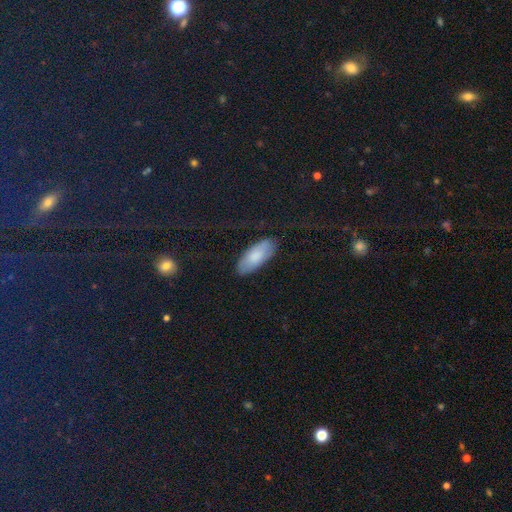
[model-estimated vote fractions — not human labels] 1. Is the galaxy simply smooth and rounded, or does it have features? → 80% smooth, 14% featured or disk, 7% star or artifact.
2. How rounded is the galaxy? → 83% in between, 15% cigar-shaped, 2% round.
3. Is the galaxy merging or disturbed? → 81% none, 13% minor disturbance, 4% major disturbance, 1% merger.